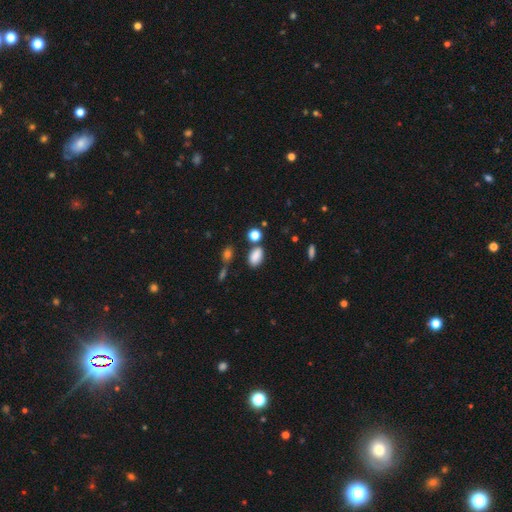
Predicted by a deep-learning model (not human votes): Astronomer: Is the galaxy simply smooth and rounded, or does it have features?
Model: smooth — 85%.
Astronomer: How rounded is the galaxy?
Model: in between — 88%.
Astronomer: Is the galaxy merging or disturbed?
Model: none — 71%.